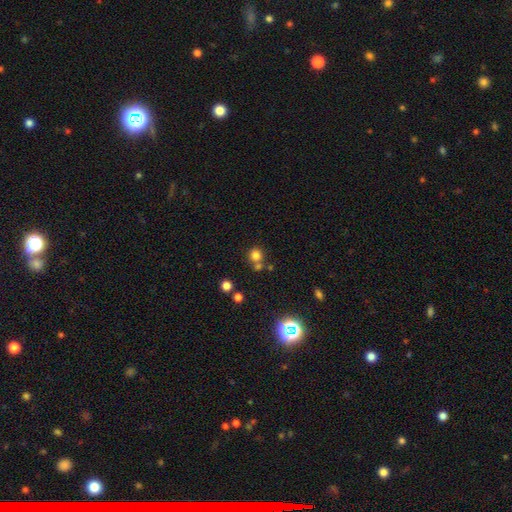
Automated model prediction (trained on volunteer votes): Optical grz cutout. It shows a smooth galaxy with no disk features (76%) that is round (90%). Merging: none (63%).